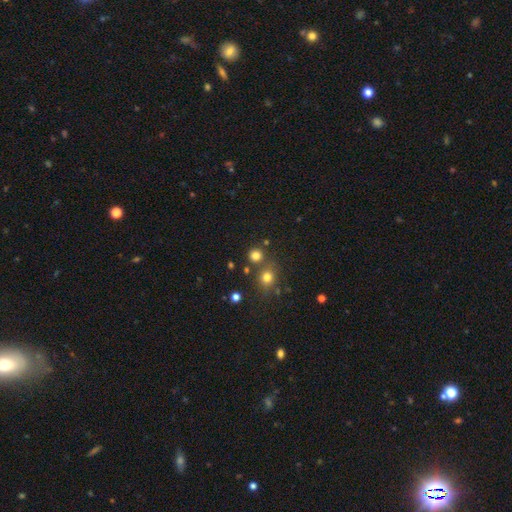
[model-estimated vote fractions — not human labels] A smooth galaxy with no disk features (76%) that is round (89%). Merging: none (73%).